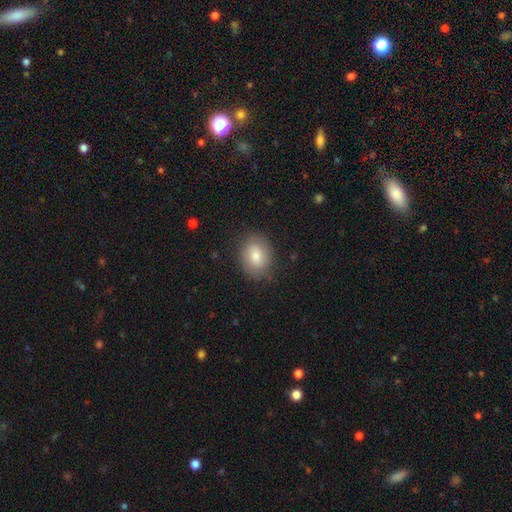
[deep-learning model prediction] Morphology: type=smooth (77%); roundness=in between (62%); merging=none (83%).